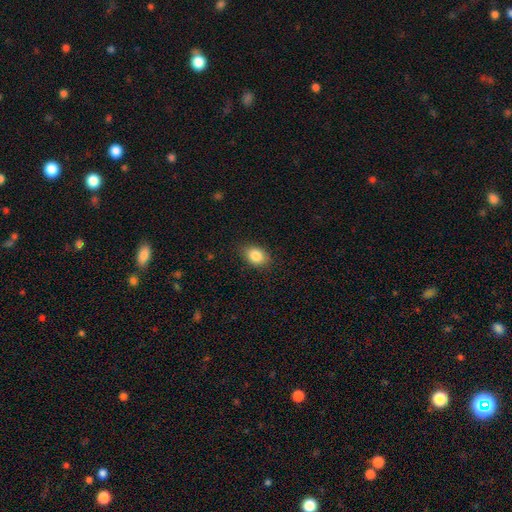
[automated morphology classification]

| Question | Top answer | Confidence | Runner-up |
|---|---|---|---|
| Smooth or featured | smooth | 85% | star or artifact (8%) |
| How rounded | in between | 75% | round (24%) |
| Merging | none | 84% | minor disturbance (12%) |